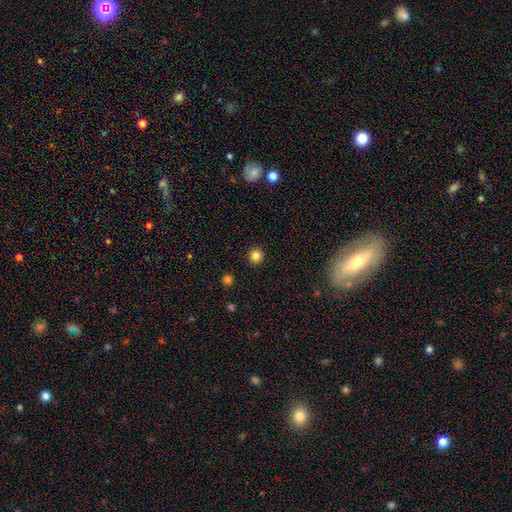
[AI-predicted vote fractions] This is clearly a smooth galaxy (83%). How rounded: clearly round (94%). Merging: clearly none (93%).